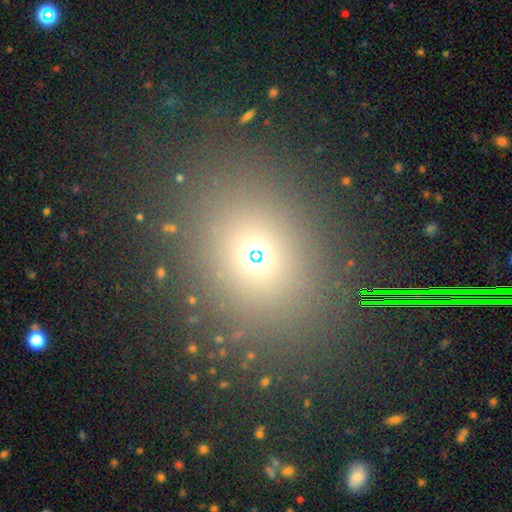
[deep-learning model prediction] Overall: smooth (59%; star or artifact 30%). How rounded: round (51%; in between 46%). Merging: none (83%).